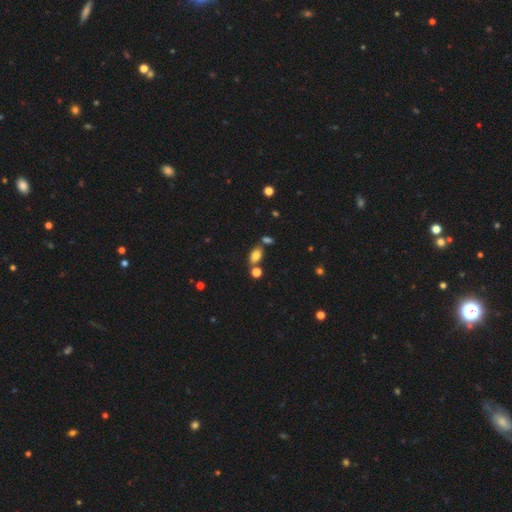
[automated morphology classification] Smooth or featured?
  - smooth: 79% *
  - star or artifact: 11%
  - featured or disk: 9%
How rounded?
  - in between: 87% *
  - round: 10%
  - cigar-shaped: 3%
Merging?
  - none: 67% *
  - merger: 18%
  - minor disturbance: 12%
  - major disturbance: 4%